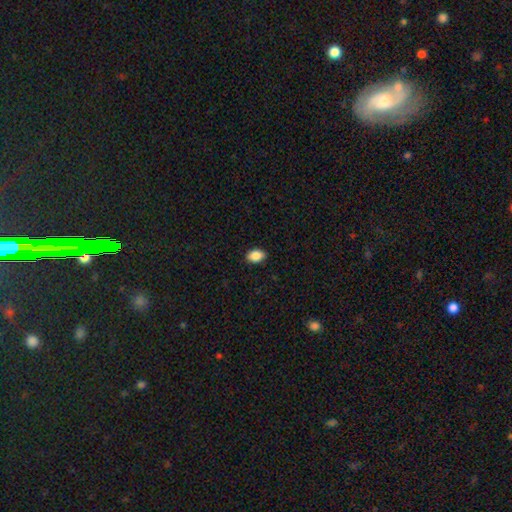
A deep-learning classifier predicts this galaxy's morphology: Smooth or featured? Predicted: smooth (p=0.88). How rounded? Predicted: in between (p=0.86). Merging? Predicted: none (p=0.89).